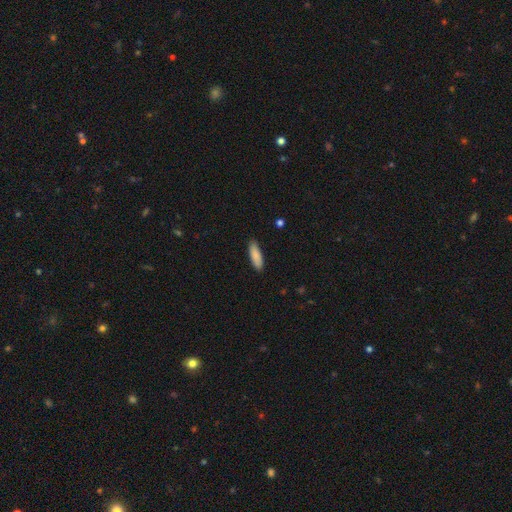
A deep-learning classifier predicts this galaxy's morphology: type=smooth (87%); roundness=cigar-shaped (51%); merging=none (87%).